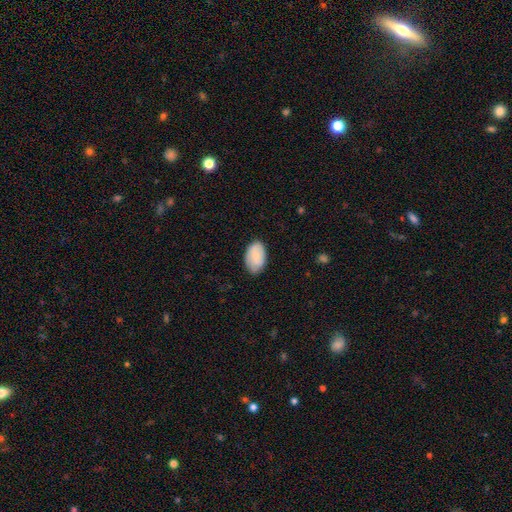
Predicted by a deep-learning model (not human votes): Smooth or featured: smooth — 79% (featured or disk — 15%)
How rounded: in between — 93% (round — 5%)
Merging: none — 78% (minor disturbance — 18%)